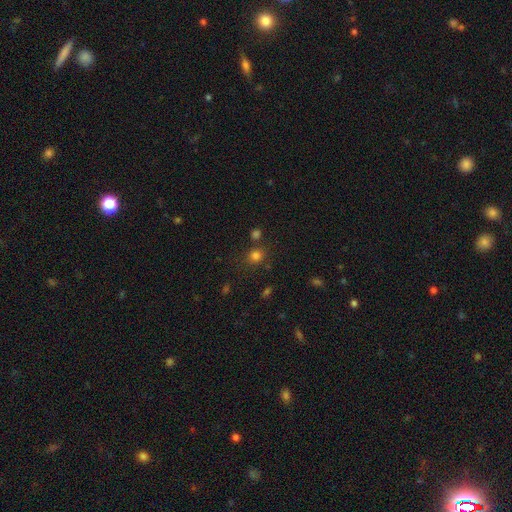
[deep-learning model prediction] Smooth or featured? smooth (77%)
How rounded? round (82%)
Merging? none (76%)